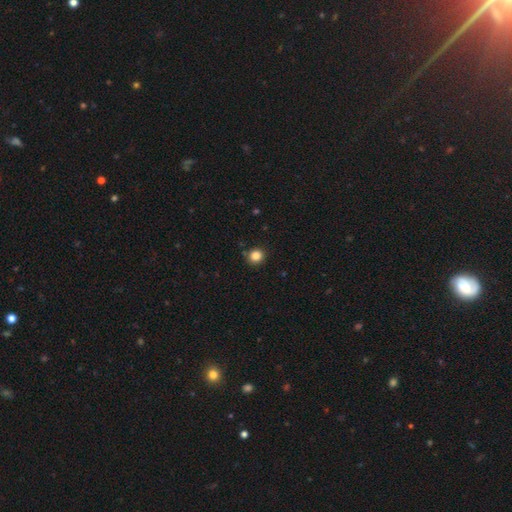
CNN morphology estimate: Overall: smooth (84%). How rounded: round (90%). Merging: none (87%).